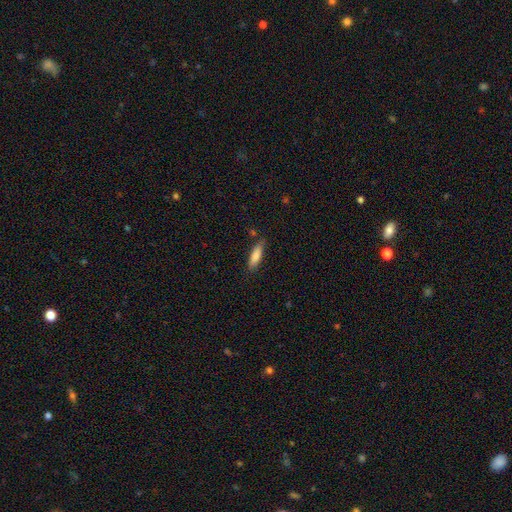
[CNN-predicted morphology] Q: Smooth or featured?
A: smooth (83%); runner-up: featured or disk (10%)
Q: How rounded?
A: cigar-shaped (55%); runner-up: in between (43%)
Q: Merging?
A: none (79%); runner-up: minor disturbance (16%)